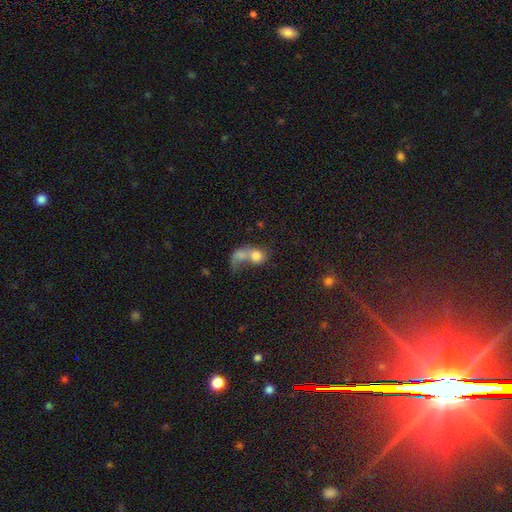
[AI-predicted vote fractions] Smooth or featured? Predicted: smooth (p=0.66). How rounded? Predicted: round (p=0.61). Merging? Predicted: merger (p=0.70).